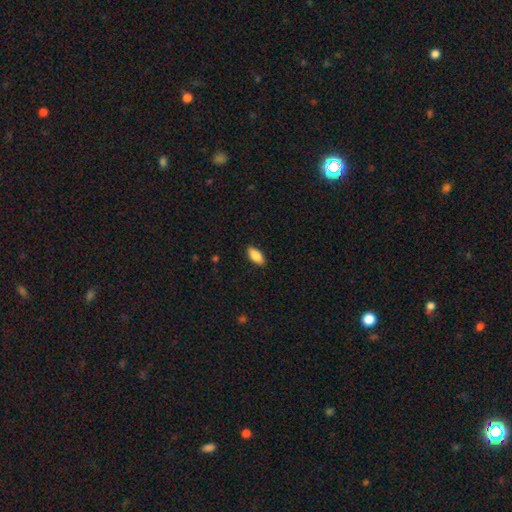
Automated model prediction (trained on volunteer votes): Smooth or featured?
  - smooth: 89% *
  - star or artifact: 6%
  - featured or disk: 5%
How rounded?
  - in between: 90% *
  - cigar-shaped: 8%
  - round: 2%
Merging?
  - none: 88% *
  - minor disturbance: 9%
  - major disturbance: 2%
  - merger: 1%